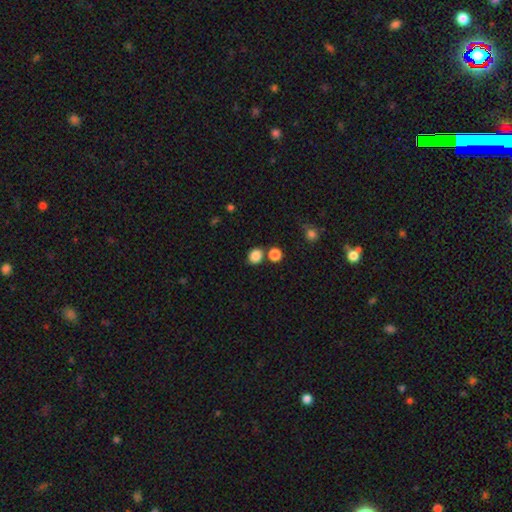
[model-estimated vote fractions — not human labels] This appears to be a smooth galaxy with no disk features (85%) that is round (67%). Merging: none (74%).